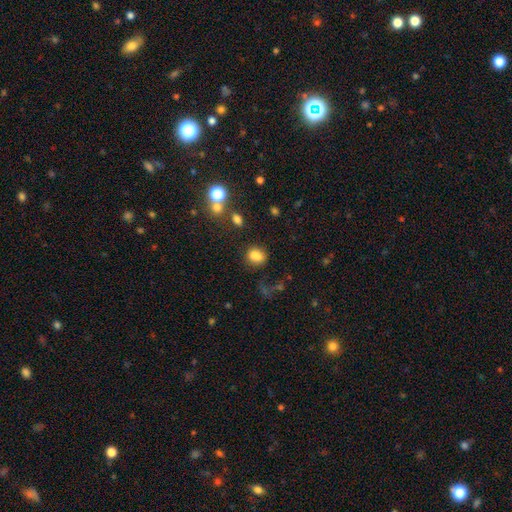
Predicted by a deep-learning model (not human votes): Q: Smooth or featured?
A: smooth (80%); runner-up: star or artifact (13%)
Q: How rounded?
A: in between (58%); runner-up: round (40%)
Q: Merging?
A: none (61%); runner-up: minor disturbance (16%)